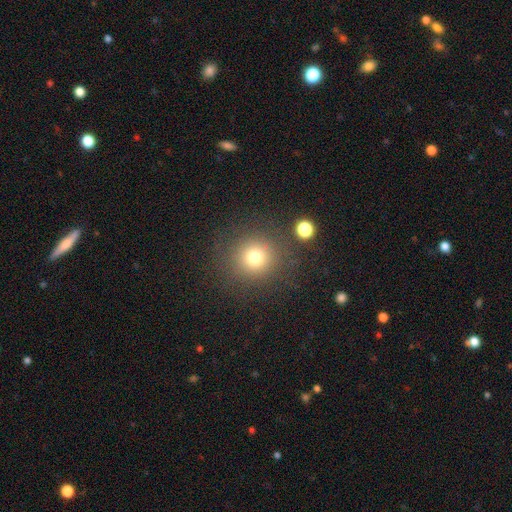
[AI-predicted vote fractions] Smooth or featured?
  - smooth: 69% *
  - star or artifact: 22%
  - featured or disk: 8%
How rounded?
  - round: 92% *
  - in between: 7%
  - cigar-shaped: 1%
Merging?
  - none: 87% *
  - minor disturbance: 7%
  - major disturbance: 3%
  - merger: 3%